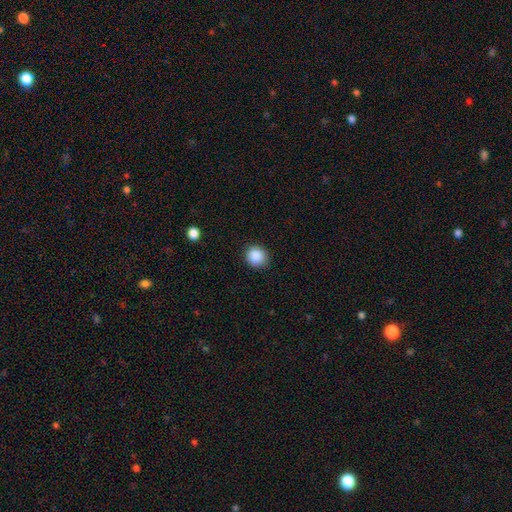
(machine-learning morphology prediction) Smooth or featured: smooth — 89% (star or artifact — 9%)
How rounded: round — 86% (in between — 13%)
Merging: none — 88% (minor disturbance — 9%)